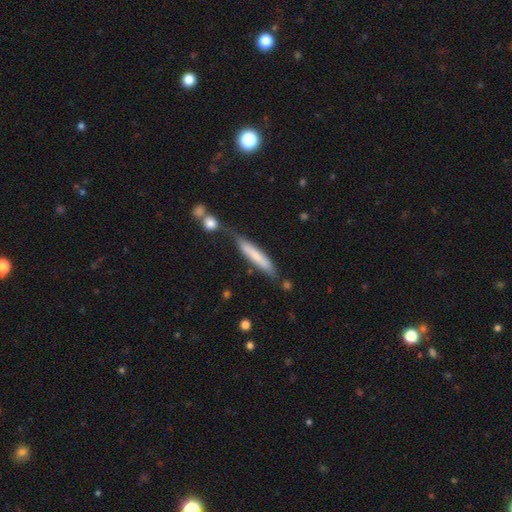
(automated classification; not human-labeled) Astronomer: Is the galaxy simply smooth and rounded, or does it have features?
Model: smooth — 68%.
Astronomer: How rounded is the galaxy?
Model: cigar-shaped — 91%.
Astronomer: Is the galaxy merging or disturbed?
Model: none — 60%.